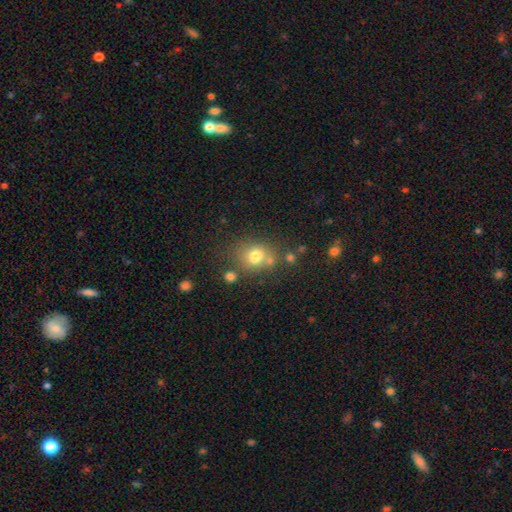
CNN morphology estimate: smooth-or-featured: smooth: 72% | star or artifact: 15% | featured or disk: 13%
  how-rounded: round: 69% | in between: 30% | cigar-shaped: 1%
  merging: none: 62% | merger: 17% | minor disturbance: 15% | major disturbance: 6%